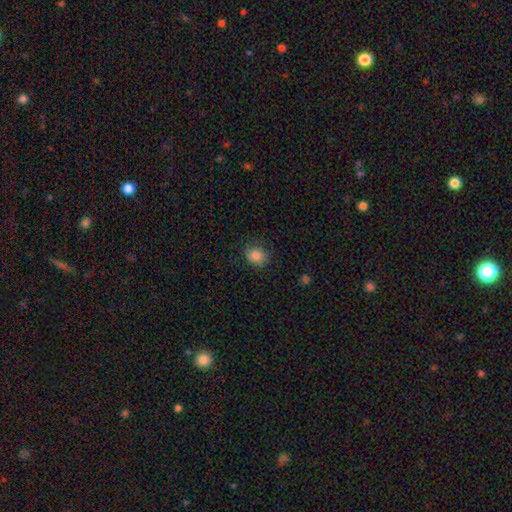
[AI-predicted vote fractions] The model was most divided on "how rounded": round: 69%, in between: 31%, cigar-shaped: 1%. More confident: smooth or featured — smooth (85%); merging — none (75%).